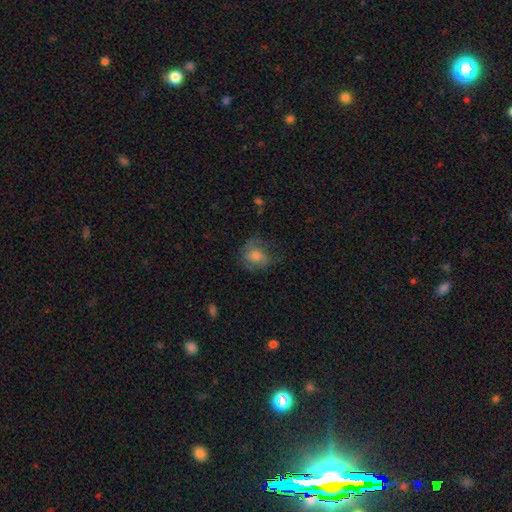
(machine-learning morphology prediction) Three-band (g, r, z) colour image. It shows a smooth galaxy with no disk features (59%) that is round (68%). Merging: none (57%).